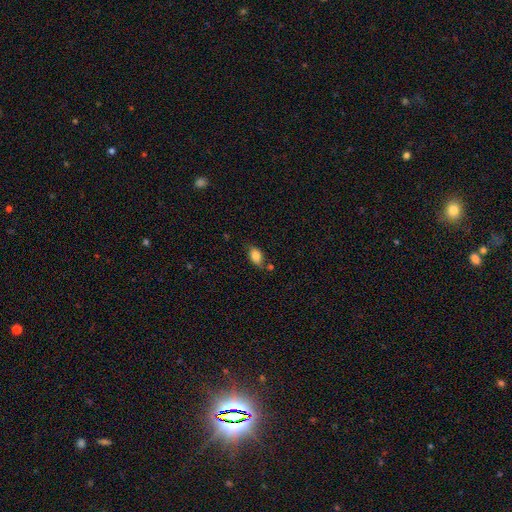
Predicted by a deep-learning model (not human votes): This is clearly a smooth galaxy (85%). How rounded: clearly in between (88%). Merging: likely none (69%).